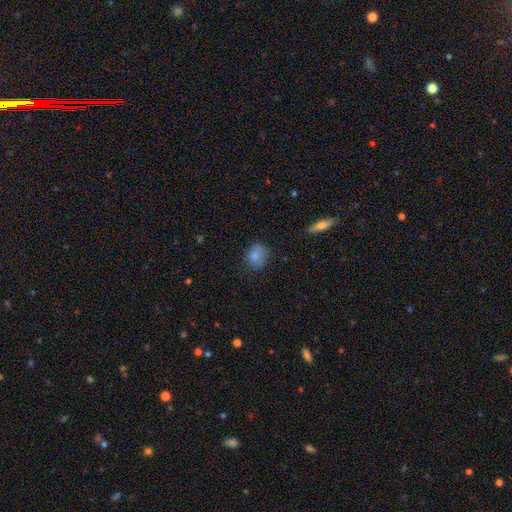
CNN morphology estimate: smooth_or_featured: smooth (p=0.80) [alt: star or artifact p=0.10]
how_rounded: round (p=0.63) [alt: in between p=0.36]
merging: none (p=0.68) [alt: minor disturbance p=0.23]